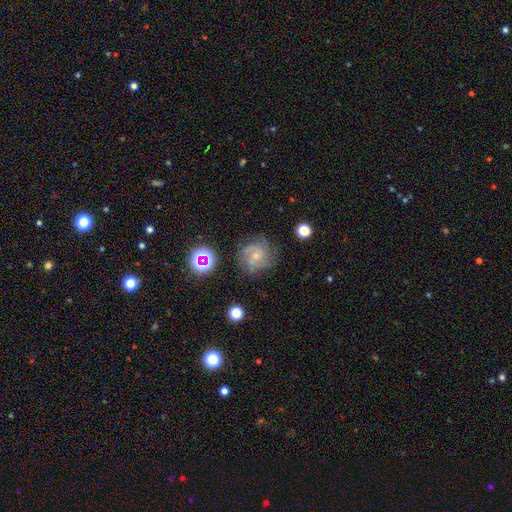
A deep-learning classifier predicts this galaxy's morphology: featured or disk 67%, smooth 21%, star or artifact 12%. Down the decision tree: edge-on disk — no (98%); bar — no (68%); spiral arms — yes (92%); spiral arm count — 3 (30%); spiral winding — medium (43%, tied with tight); bulge size — small (58%); merging — none (67%).